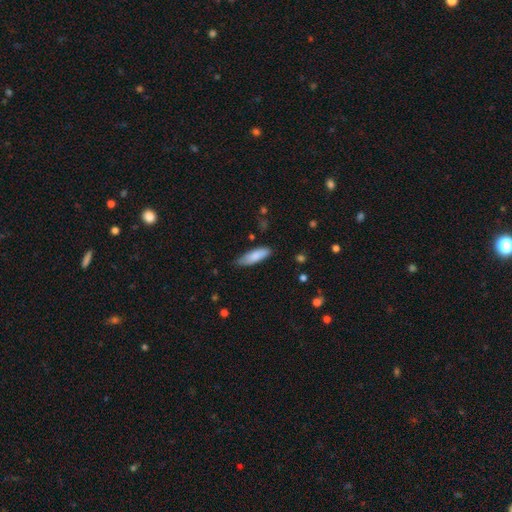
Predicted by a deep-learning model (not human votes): Smooth or featured? smooth (84%)
How rounded? in between (52%)
Merging? none (74%)